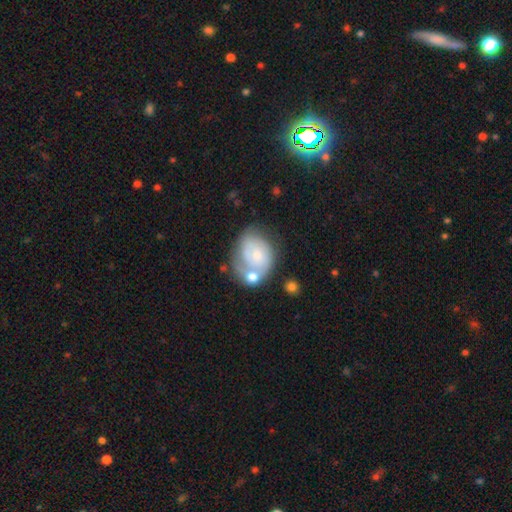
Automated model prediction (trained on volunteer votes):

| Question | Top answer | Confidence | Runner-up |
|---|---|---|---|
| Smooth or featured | featured or disk | 57% | smooth (36%) |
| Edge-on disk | no | 97% | yes (3%) |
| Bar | no | 75% | weak (22%) |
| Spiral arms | yes | 66% | no (34%) |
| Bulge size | small | 58% | moderate (33%) |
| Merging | none | 37% | merger (27%) |